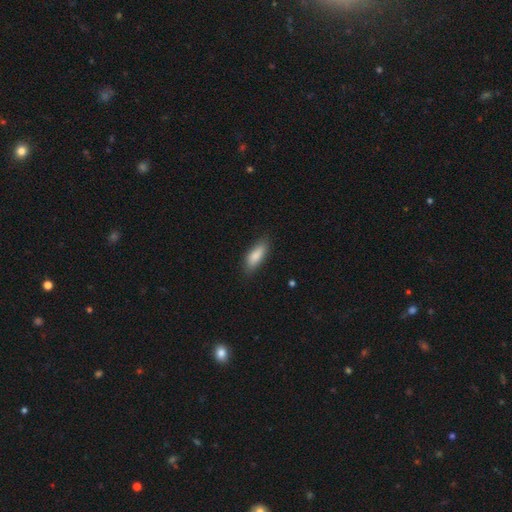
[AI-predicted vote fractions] Smooth or featured?
  - smooth: 86% *
  - featured or disk: 8%
  - star or artifact: 6%
How rounded?
  - in between: 69% *
  - cigar-shaped: 29%
  - round: 2%
Merging?
  - none: 81% *
  - minor disturbance: 15%
  - major disturbance: 3%
  - merger: 1%